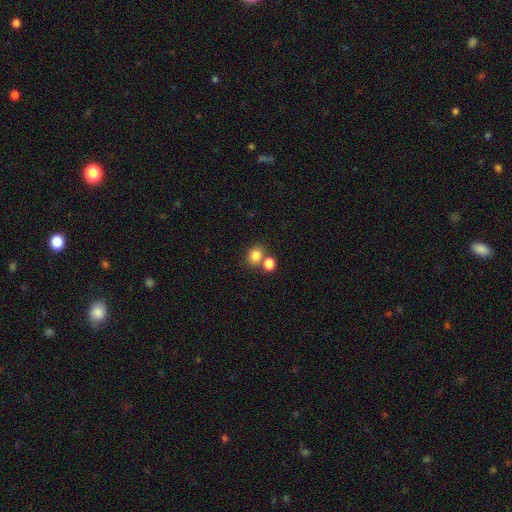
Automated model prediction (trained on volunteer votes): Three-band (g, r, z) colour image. It shows a smooth galaxy with no disk features (81%) that is round (69%). Merging: none (59%).